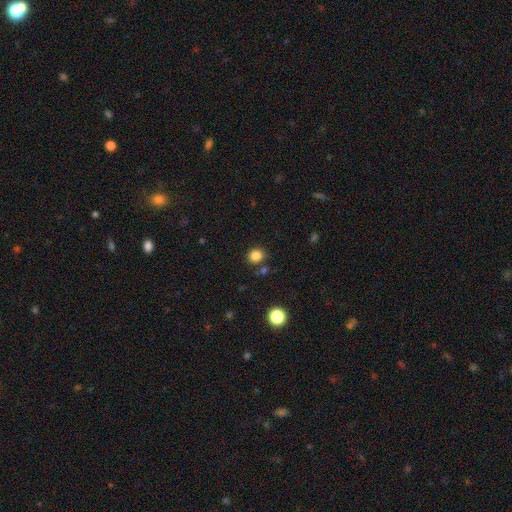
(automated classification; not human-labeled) Smooth or featured? Predicted: smooth (p=0.84). How rounded? Predicted: round (p=0.81). Merging? Predicted: none (p=0.81).